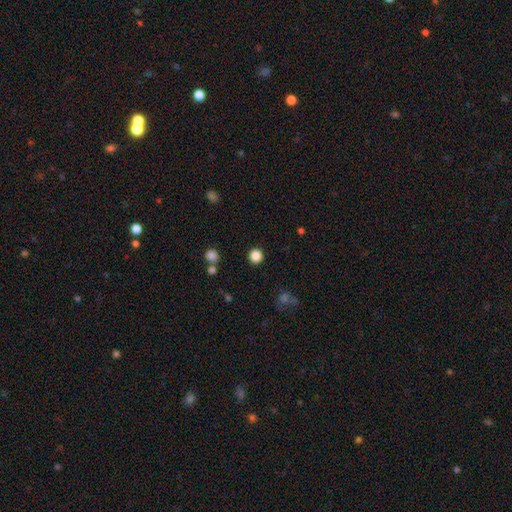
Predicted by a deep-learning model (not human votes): smooth 85%, star or artifact 12%, featured or disk 3%. Down the decision tree: how rounded — round (94%); merging — none (91%).